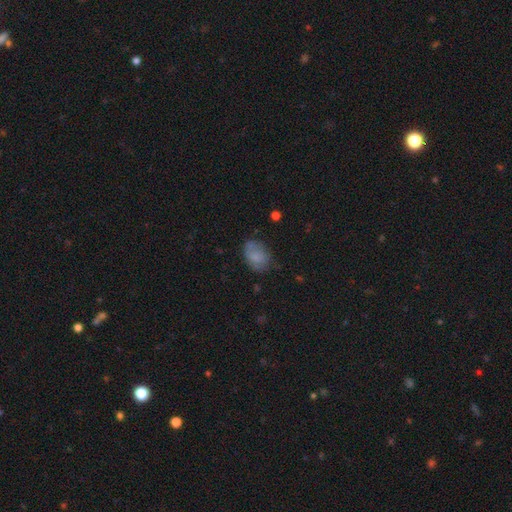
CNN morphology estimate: A smooth galaxy with no disk features (77%) that is in between round and cigar-shaped (74%). Merging: none (63%).